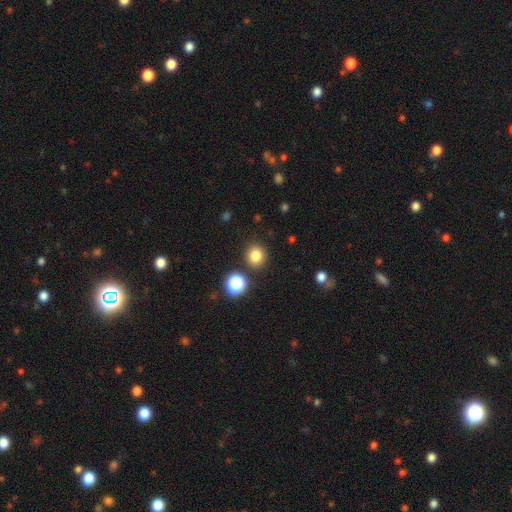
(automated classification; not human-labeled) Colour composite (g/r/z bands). It shows a smooth galaxy with no disk features (81%) that is round (86%). Merging: none (86%).